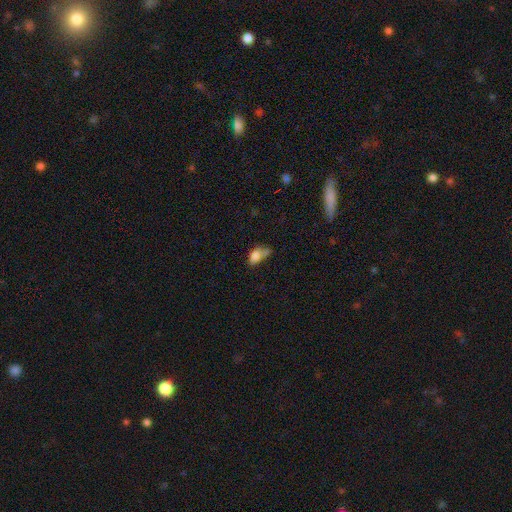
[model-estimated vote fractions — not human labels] Overall: smooth (77%). How rounded: in between (85%). Merging: merger (36%; none 30%).